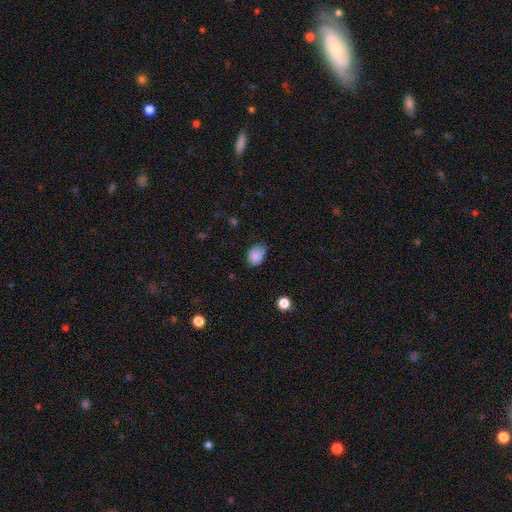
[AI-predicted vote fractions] Morphology: type=smooth (86%); roundness=in between (71%); merging=none (66%).